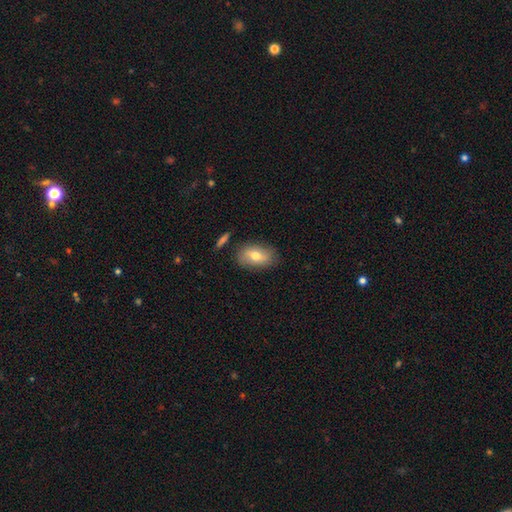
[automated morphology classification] Smooth or featured? Predicted: smooth (p=0.69). How rounded? Predicted: in between (p=0.87). Merging? Predicted: none (p=0.81).